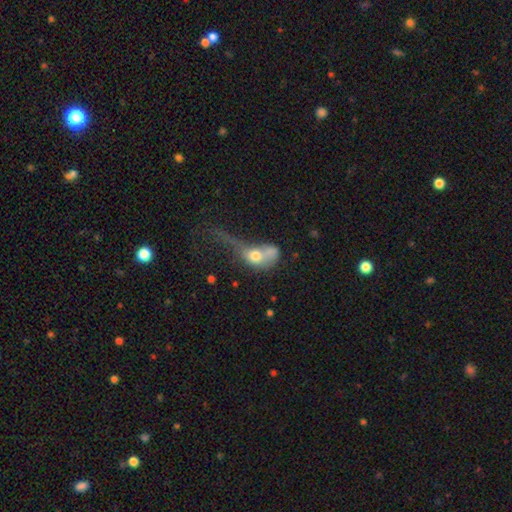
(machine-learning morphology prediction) type=smooth (64%); roundness=in between (66%); merging=major disturbance (47%).